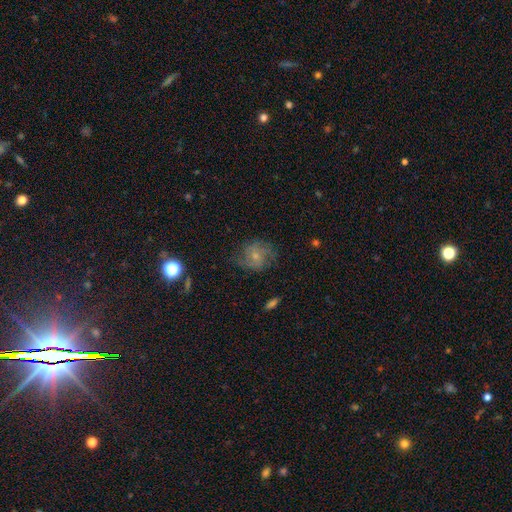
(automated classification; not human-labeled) Smooth or featured? Predicted: featured or disk (p=0.48). Merging? Predicted: none (p=0.64).